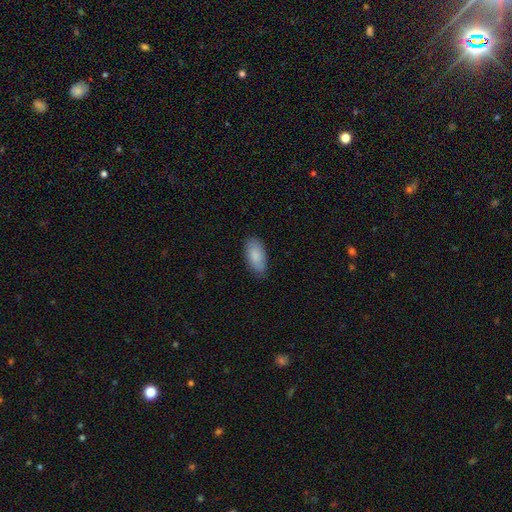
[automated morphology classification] Smooth or featured? Predicted: smooth (p=0.87). How rounded? Predicted: in between (p=0.93). Merging? Predicted: none (p=0.81).